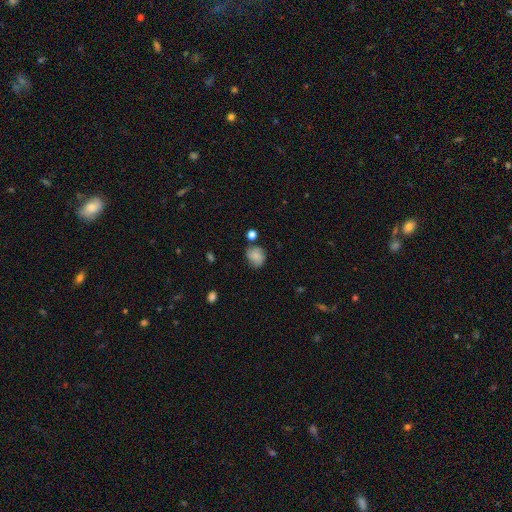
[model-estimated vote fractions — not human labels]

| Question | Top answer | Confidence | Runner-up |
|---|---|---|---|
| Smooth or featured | smooth | 69% | featured or disk (21%) |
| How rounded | round | 67% | in between (32%) |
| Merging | none | 66% | minor disturbance (22%) |